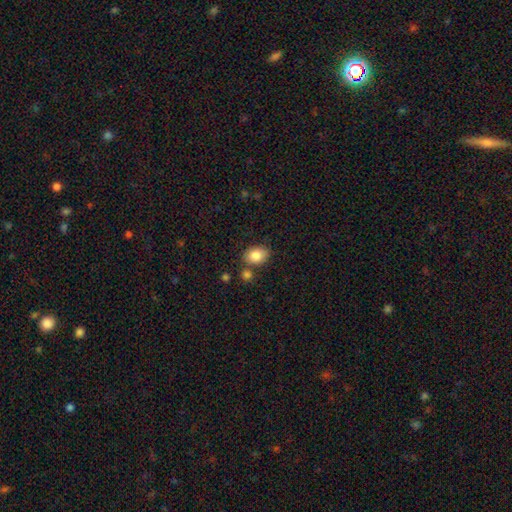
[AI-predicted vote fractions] Smooth or featured: smooth — 85% (star or artifact — 8%)
How rounded: in between — 74% (round — 25%)
Merging: none — 73% (minor disturbance — 13%)